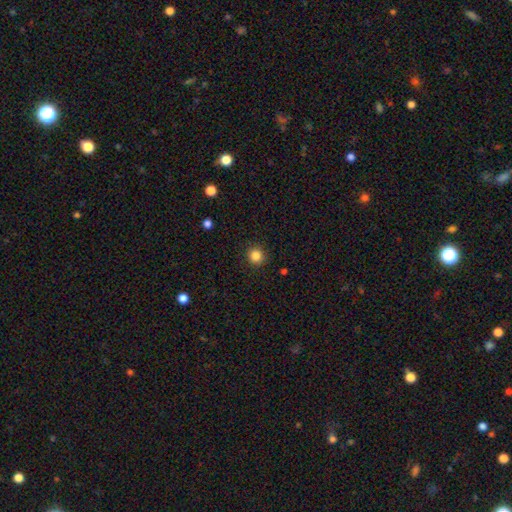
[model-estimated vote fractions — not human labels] A smooth galaxy with no disk features (85%) that is round (92%).

Vote fractions:
- Smooth or featured? smooth: 85% / star or artifact: 11% / featured or disk: 4%
- How rounded? round: 92% / in between: 7% / cigar-shaped: 1%
- Merging? none: 91% / minor disturbance: 6% / major disturbance: 2% / merger: 1%